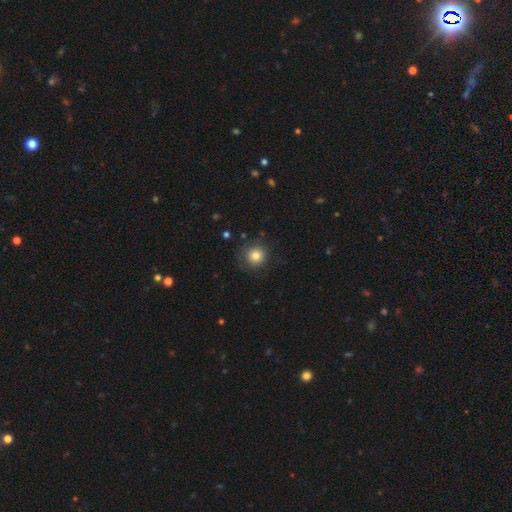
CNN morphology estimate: This is clearly a smooth galaxy (82%). How rounded: clearly round (93%). Merging: clearly none (82%).